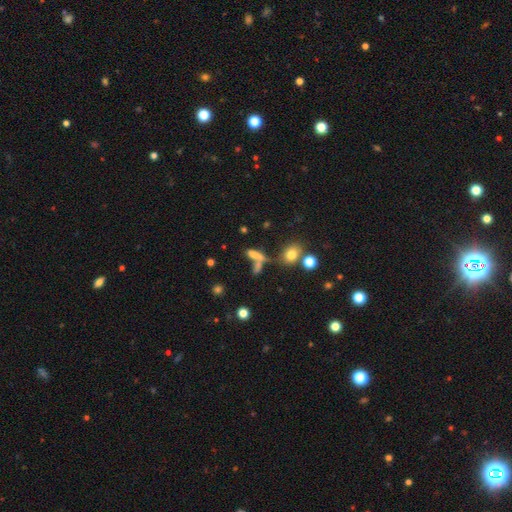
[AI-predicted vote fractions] Smooth or featured: smooth — 66% (featured or disk — 18%)
How rounded: cigar-shaped — 46% (in between — 44%)
Merging: none — 42% (merger — 36%)